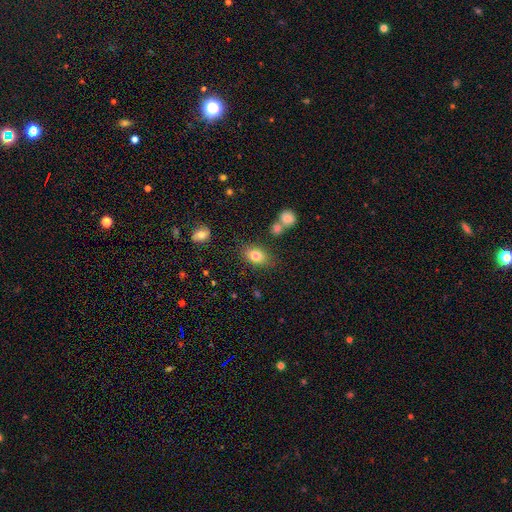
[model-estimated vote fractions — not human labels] Q: Smooth or featured?
A: smooth (80%); runner-up: star or artifact (10%)
Q: How rounded?
A: in between (79%); runner-up: round (19%)
Q: Merging?
A: none (78%); runner-up: minor disturbance (13%)